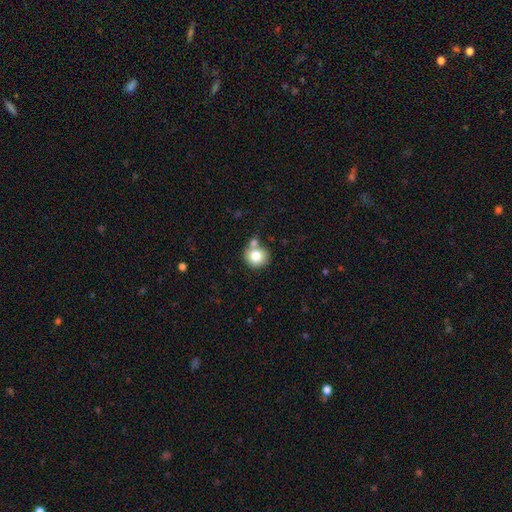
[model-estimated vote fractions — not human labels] Smooth or featured? Predicted: smooth (p=0.78). How rounded? Predicted: round (p=0.88). Merging? Predicted: none (p=0.58).